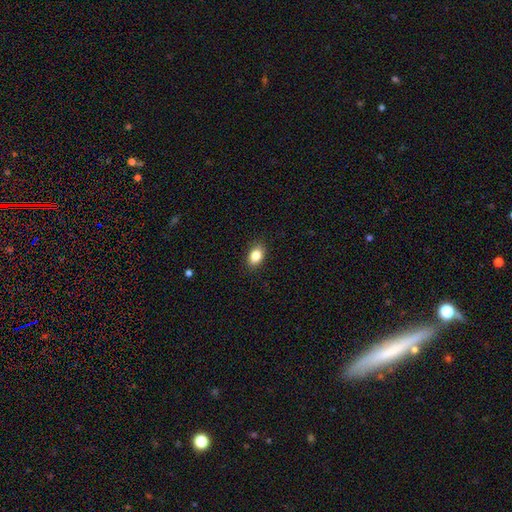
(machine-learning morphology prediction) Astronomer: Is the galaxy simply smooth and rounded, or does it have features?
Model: smooth — 85%.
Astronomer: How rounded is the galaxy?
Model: in between — 82%.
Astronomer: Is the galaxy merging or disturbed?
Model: none — 89%.